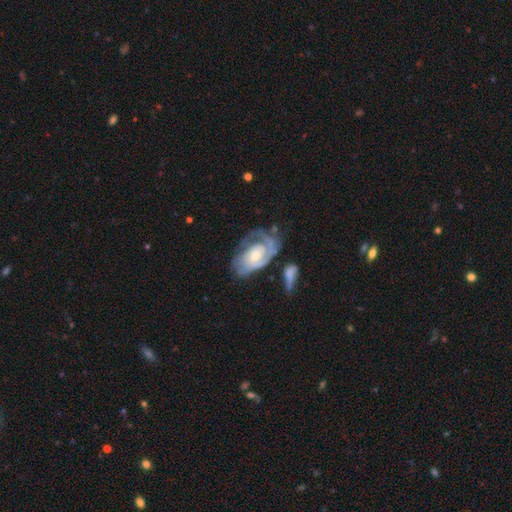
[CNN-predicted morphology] A featured or disk galaxy (82%) with no bar (65%), 2 (35%) tight (59%) spiral arms (91%) and a small central bulge (48%).

Vote fractions:
- Smooth or featured? featured or disk: 82% / smooth: 13% / star or artifact: 5%
- Edge-on disk? no: 96% / yes: 4%
- Bar? no: 65% / weak: 29% / strong: 6%
- Spiral arms? yes: 91% / no: 9%
- Spiral winding? tight: 59% / medium: 31% / loose: 10%
- Spiral arm count? 2: 35% / 1: 26% / can't tell: 26% / 3: 9% / 4: 2% / more than 4: 2%
- Bulge size? small: 48% / moderate: 45% / large: 4% / none: 2% / dominant: 1%
- Merging? none: 45% / minor disturbance: 23% / major disturbance: 23% / merger: 9%